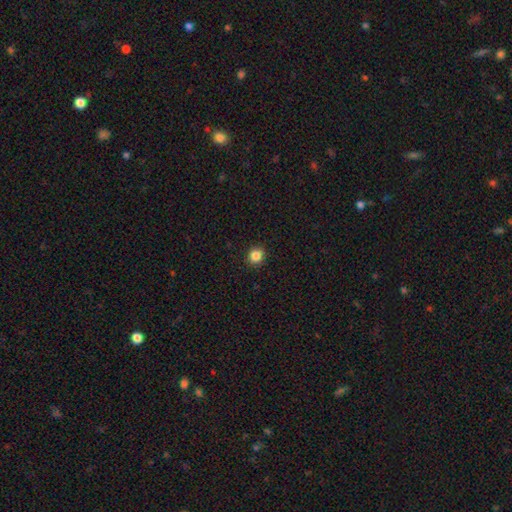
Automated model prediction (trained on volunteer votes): Smooth or featured: smooth — 85% (star or artifact — 11%)
How rounded: round — 88% (in between — 11%)
Merging: none — 92% (minor disturbance — 6%)